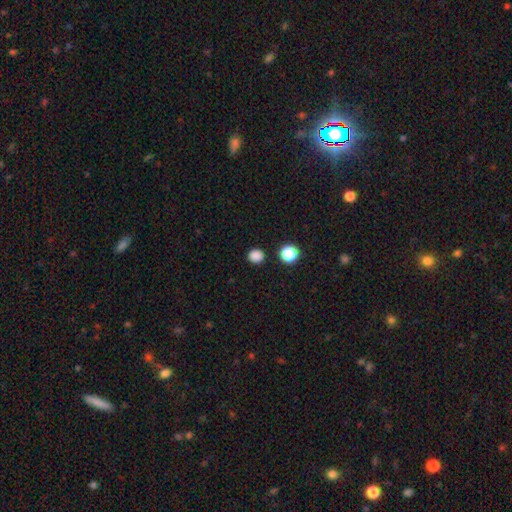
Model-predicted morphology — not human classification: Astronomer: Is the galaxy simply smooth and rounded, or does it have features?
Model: smooth — 84%.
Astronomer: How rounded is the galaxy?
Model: round — 82%.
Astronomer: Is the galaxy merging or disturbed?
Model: none — 89%.